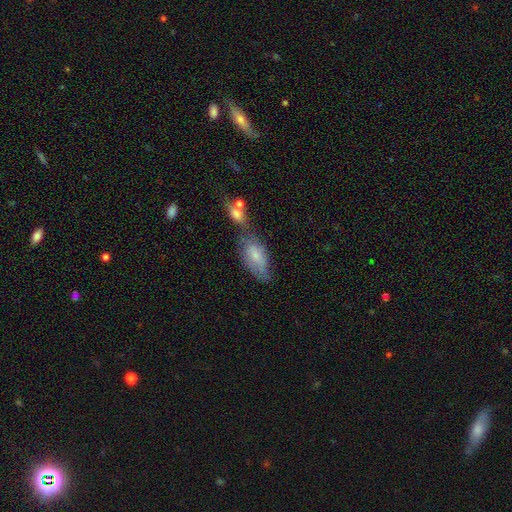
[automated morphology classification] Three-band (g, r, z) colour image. It shows a smooth galaxy with no disk features (54%) that is in between round and cigar-shaped (86%). Merging: none (35%).